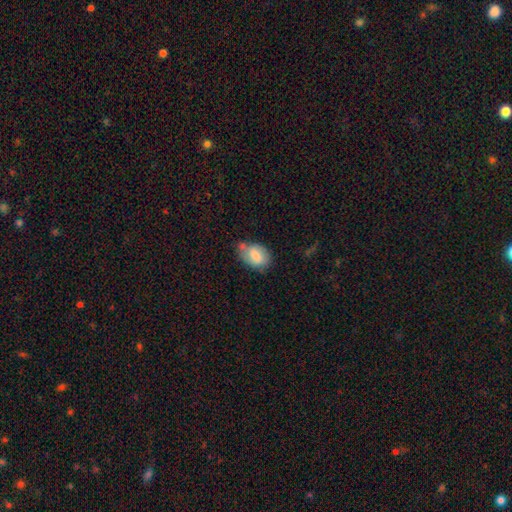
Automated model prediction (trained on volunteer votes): smooth_or_featured: smooth (p=0.76) [alt: featured or disk p=0.17]
how_rounded: in between (p=0.84) [alt: round p=0.14]
merging: none (p=0.46) [alt: minor disturbance p=0.32]